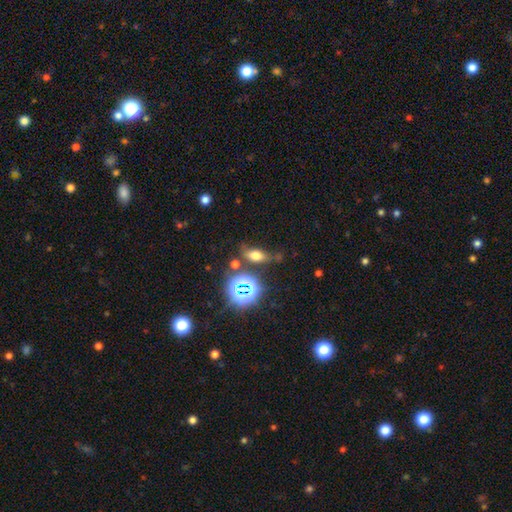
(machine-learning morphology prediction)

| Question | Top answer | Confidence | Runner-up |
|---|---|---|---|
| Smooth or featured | smooth | 58% | star or artifact (26%) |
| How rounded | in between | 70% | round (16%) |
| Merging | none | 67% | minor disturbance (18%) |